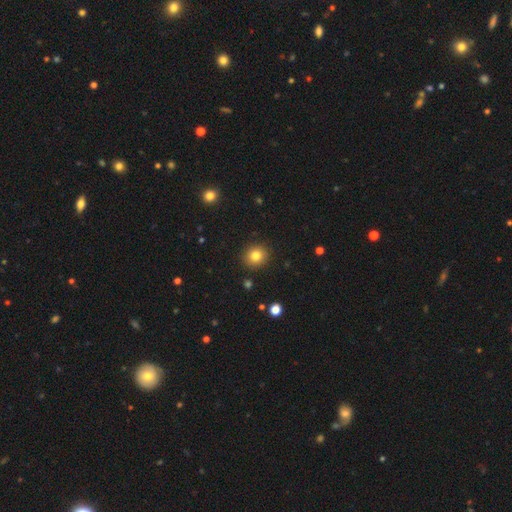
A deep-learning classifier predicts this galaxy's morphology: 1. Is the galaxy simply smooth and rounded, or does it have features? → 81% smooth, 11% star or artifact, 7% featured or disk.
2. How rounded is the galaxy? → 84% round, 15% in between, 1% cigar-shaped.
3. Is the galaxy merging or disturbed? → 91% none, 6% minor disturbance, 2% major disturbance, 1% merger.